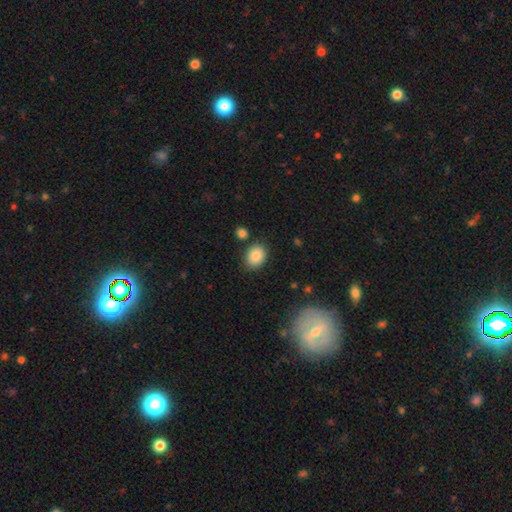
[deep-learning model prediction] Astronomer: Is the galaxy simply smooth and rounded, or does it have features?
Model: smooth — 87%.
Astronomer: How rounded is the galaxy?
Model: in between — 63%.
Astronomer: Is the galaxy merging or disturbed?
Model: none — 80%.